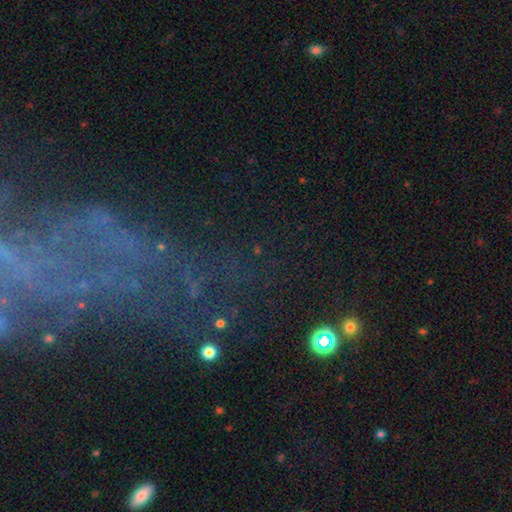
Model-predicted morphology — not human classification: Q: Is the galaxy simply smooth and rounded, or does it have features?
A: star or artifact — 45%.